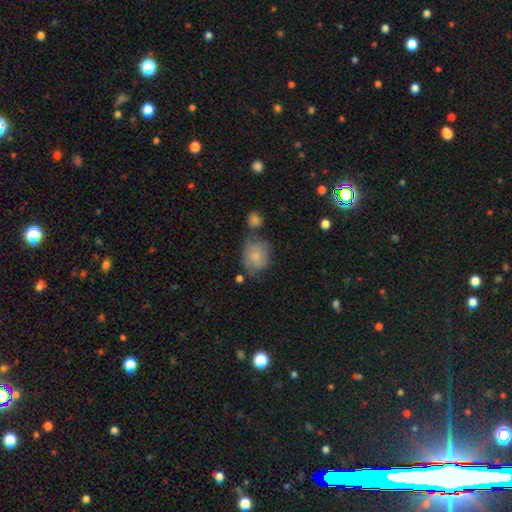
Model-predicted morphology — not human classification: This is likely a smooth galaxy (72%). How rounded: possibly round (54%). Merging: possibly none (53%).